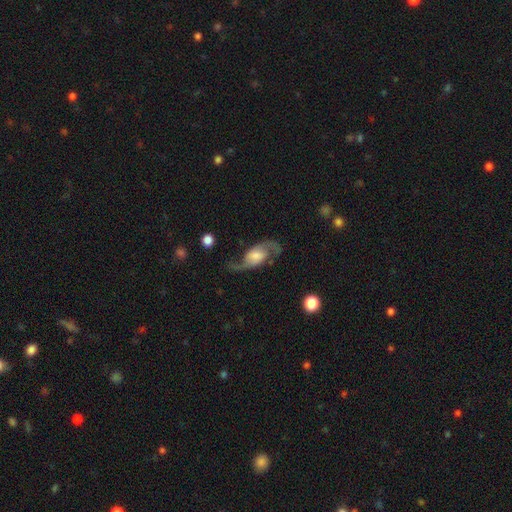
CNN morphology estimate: This is clearly a featured or disk galaxy (84%). It is clearly not viewed edge-on (96%). Bar: possibly no (56%). Spiral arm pattern: clearly yes (96%). Spiral arm count: clearly 2 (93%). Spiral winding: likely loose (63%). Central bulge: marginally moderate (36%). Merging: likely none (68%).